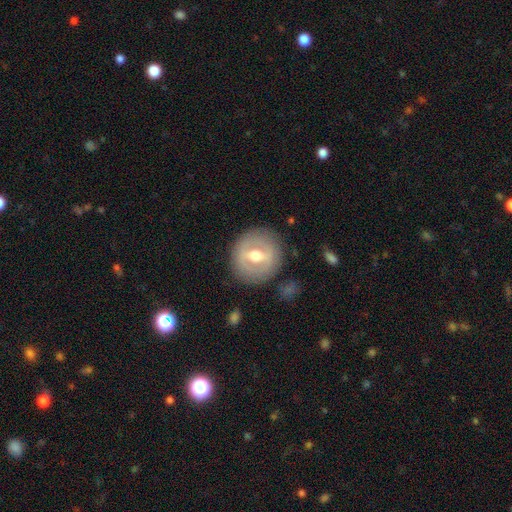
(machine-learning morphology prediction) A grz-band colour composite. It shows a featured or disk galaxy (64%) with a strong bar (46%), no spiral arms (72%) and a moderate central bulge (76%). Merging: none (84%).